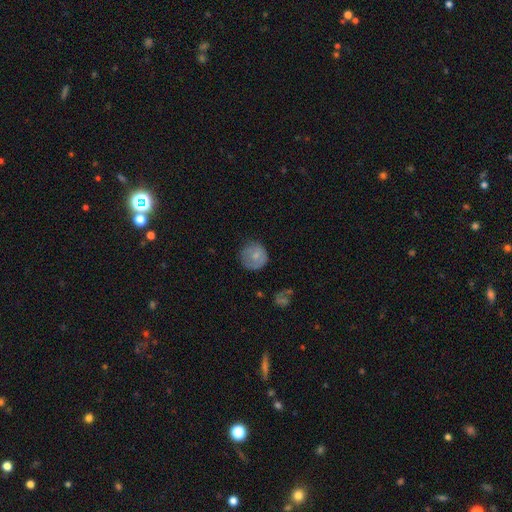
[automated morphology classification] This appears to be a smooth galaxy with no disk features (71%) that is round (89%). Merging: none (65%).